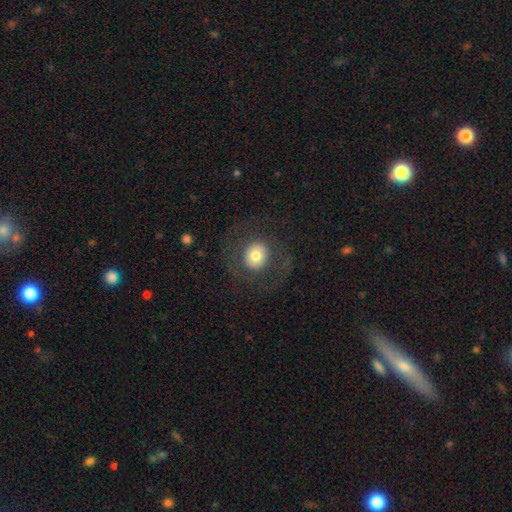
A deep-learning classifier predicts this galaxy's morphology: Overall: smooth (65%; featured or disk 25%). How rounded: round (85%). Merging: none (78%).